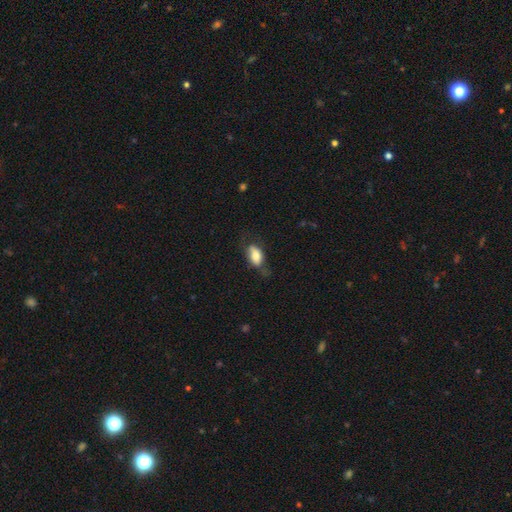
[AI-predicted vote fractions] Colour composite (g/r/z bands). It shows a smooth galaxy with no disk features (71%) that is in between round and cigar-shaped (88%). Merging: none (48%).